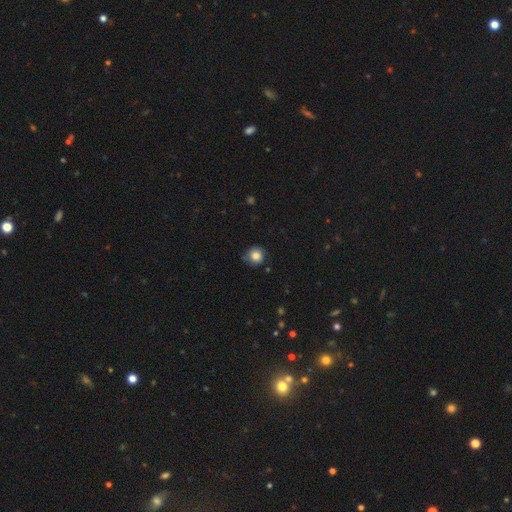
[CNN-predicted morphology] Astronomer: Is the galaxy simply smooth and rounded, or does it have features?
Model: smooth — 82%.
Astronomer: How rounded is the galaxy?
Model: round — 92%.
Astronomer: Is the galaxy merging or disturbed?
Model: none — 75%.